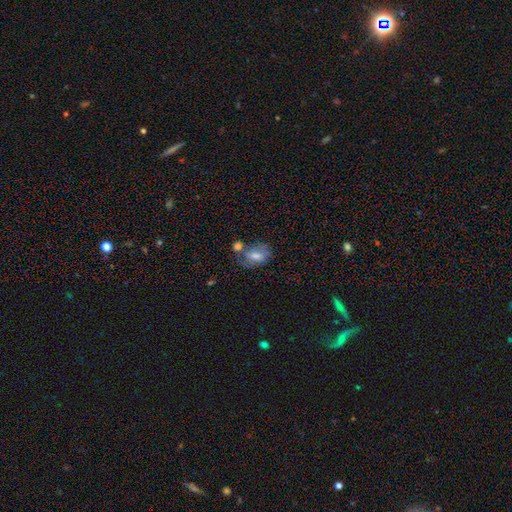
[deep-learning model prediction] This appears to be a smooth galaxy with no disk features (52%) that is in between round and cigar-shaped (79%). Merging: none (46%).